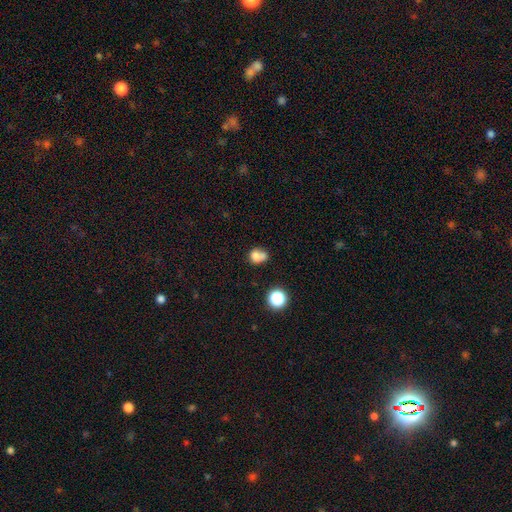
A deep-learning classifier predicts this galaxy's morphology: smooth_or_featured: smooth (p=0.74) [alt: featured or disk p=0.13]
how_rounded: round (p=0.60) [alt: in between p=0.39]
merging: merger (p=0.41) [alt: none p=0.34]